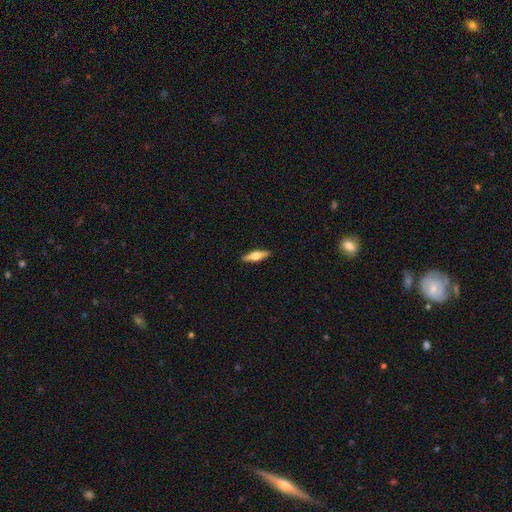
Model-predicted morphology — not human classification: smooth_or_featured: featured or disk (p=0.51) [alt: smooth p=0.43]
disk_edge_on: yes (p=0.95) [alt: no p=0.05]
merging: none (p=0.90) [alt: minor disturbance p=0.07]